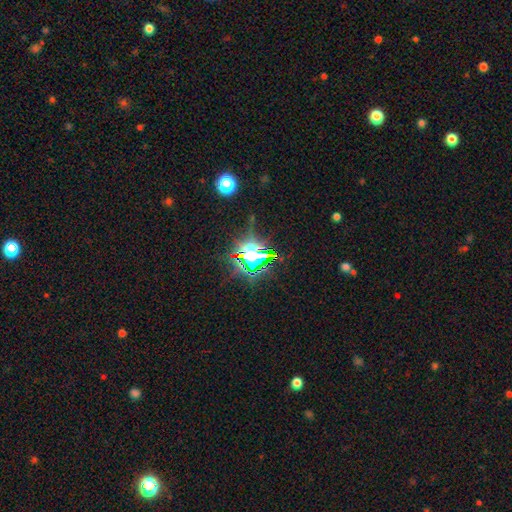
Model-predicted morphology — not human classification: smooth_or_featured: star or artifact (p=0.73) [alt: smooth p=0.16]